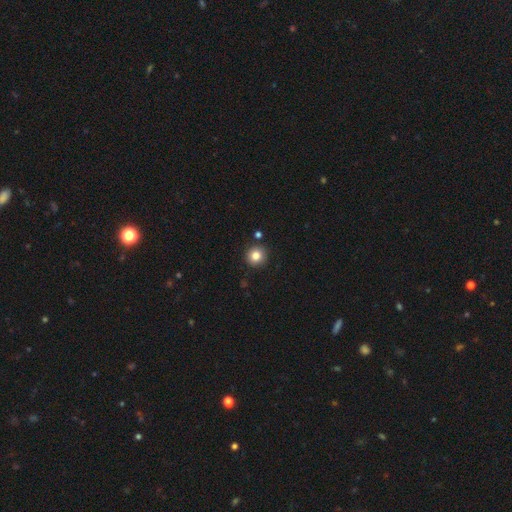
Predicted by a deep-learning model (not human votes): Morphology: type=smooth (83%); roundness=round (92%); merging=none (88%).